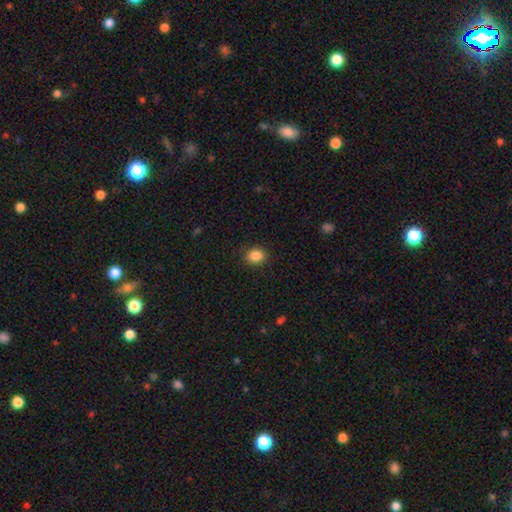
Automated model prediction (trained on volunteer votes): Smooth or featured? smooth (87%)
How rounded? in between (54%)
Merging? none (88%)